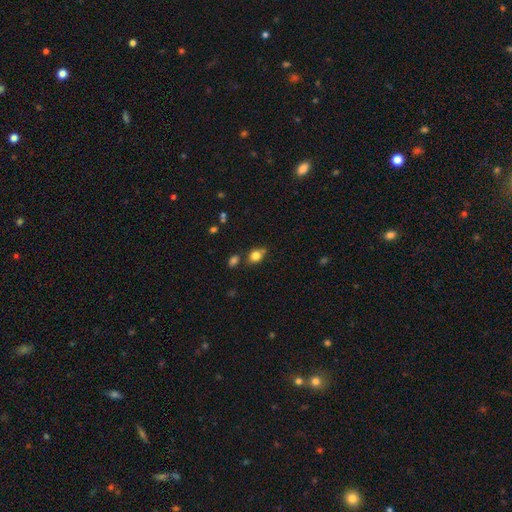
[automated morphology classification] A smooth galaxy with no disk features (80%) that is in between round and cigar-shaped (59%).

Vote fractions:
- Smooth or featured? smooth: 80% / star or artifact: 11% / featured or disk: 8%
- How rounded? in between: 59% / round: 39% / cigar-shaped: 2%
- Merging? none: 61% / minor disturbance: 21% / merger: 13% / major disturbance: 6%